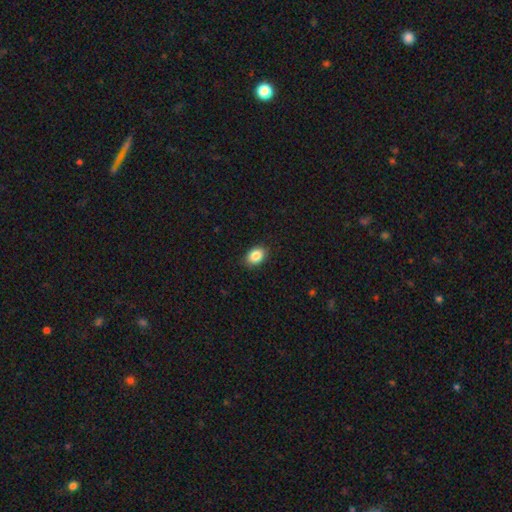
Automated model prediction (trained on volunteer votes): A smooth galaxy with no disk features (87%) that is in between round and cigar-shaped (73%).

Vote fractions:
- Smooth or featured? smooth: 87% / star or artifact: 8% / featured or disk: 5%
- How rounded? in between: 73% / round: 26% / cigar-shaped: 1%
- Merging? none: 89% / minor disturbance: 8% / major disturbance: 2% / merger: 1%